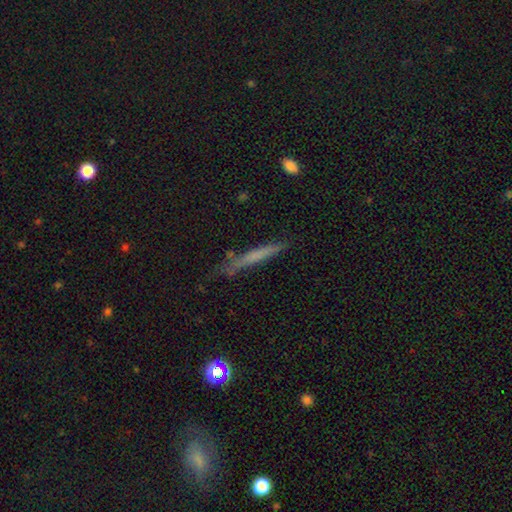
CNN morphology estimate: The model was most divided on "smooth or featured": smooth: 55%, featured or disk: 37%, star or artifact: 8%. More confident: how rounded — cigar-shaped (95%); merging — none (77%).